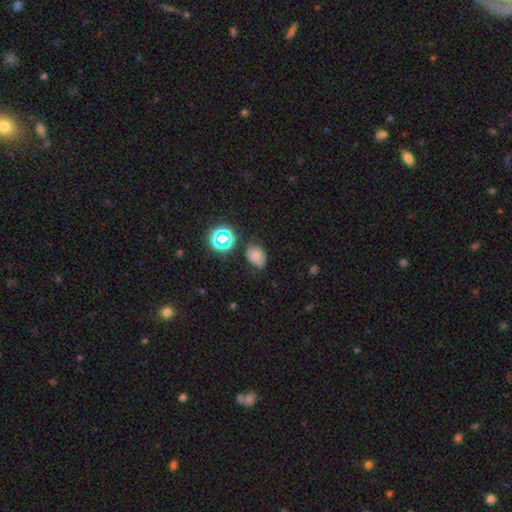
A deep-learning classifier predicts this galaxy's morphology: A smooth galaxy with no disk features (65%) that is in between round and cigar-shaped (74%). Merging: none (63%).